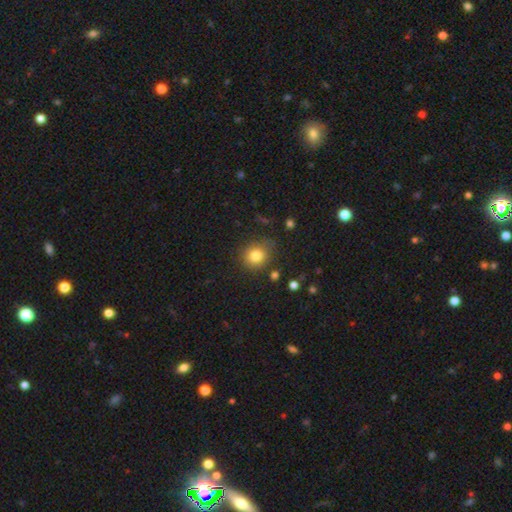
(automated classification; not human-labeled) Overall: smooth (82%). How rounded: round (83%). Merging: none (80%).